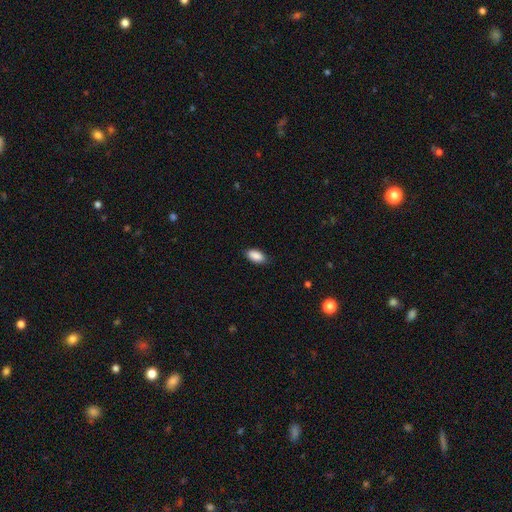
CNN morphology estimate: A smooth galaxy with no disk features (89%) that is in between round and cigar-shaped (93%). Merging: none (84%).